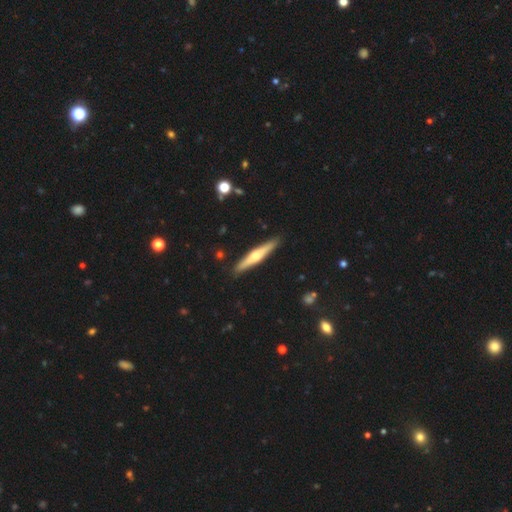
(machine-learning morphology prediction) featured or disk 62%, smooth 33%, star or artifact 5%. Down the decision tree: edge-on disk — yes (96%); edge-on bulge — rounded (90%); merging — none (91%).